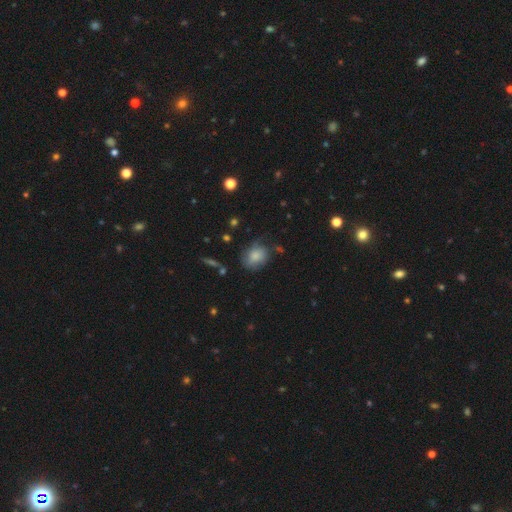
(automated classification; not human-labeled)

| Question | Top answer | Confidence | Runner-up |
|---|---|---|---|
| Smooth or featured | smooth | 73% | featured or disk (18%) |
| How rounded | in between | 50% | round (48%) |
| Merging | none | 56% | minor disturbance (29%) |